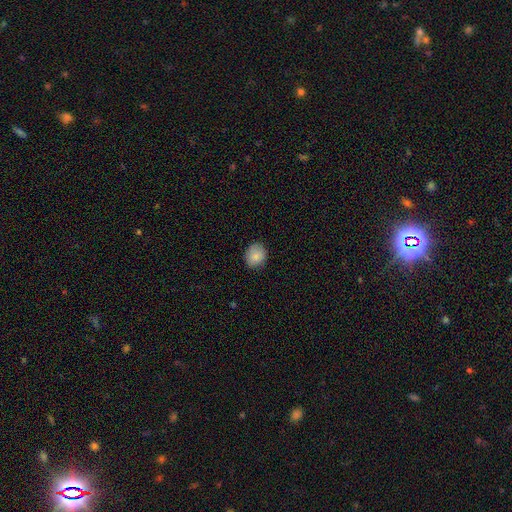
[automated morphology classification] Smooth or featured?
  - smooth: 85% *
  - star or artifact: 8%
  - featured or disk: 7%
How rounded?
  - round: 64% *
  - in between: 35%
  - cigar-shaped: 1%
Merging?
  - none: 83% *
  - minor disturbance: 13%
  - major disturbance: 3%
  - merger: 1%